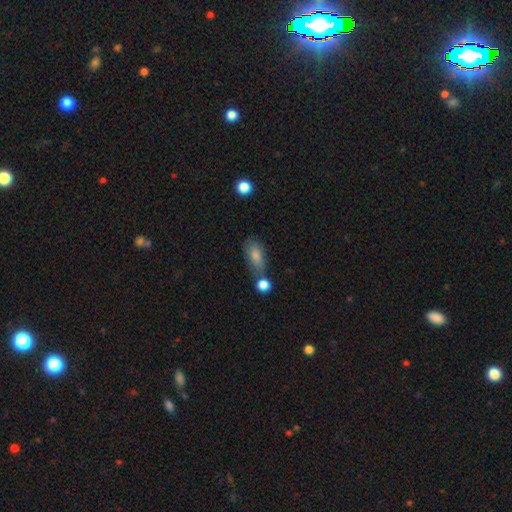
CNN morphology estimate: A smooth galaxy with no disk features (83%) that is in between round and cigar-shaped (87%). Merging: none (55%).